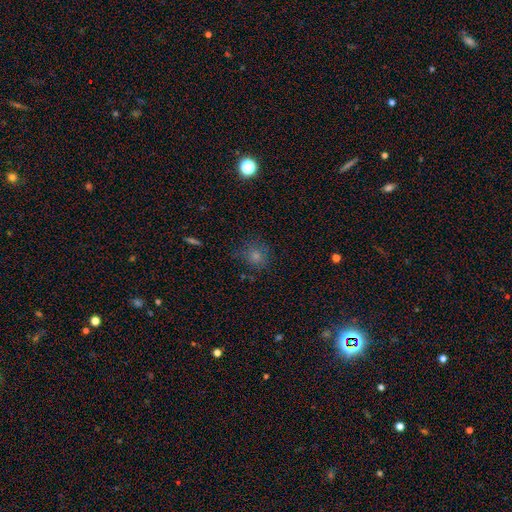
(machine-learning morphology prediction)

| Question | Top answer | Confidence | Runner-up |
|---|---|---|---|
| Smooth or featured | smooth | 75% | star or artifact (17%) |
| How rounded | round | 85% | in between (14%) |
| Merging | none | 73% | minor disturbance (18%) |